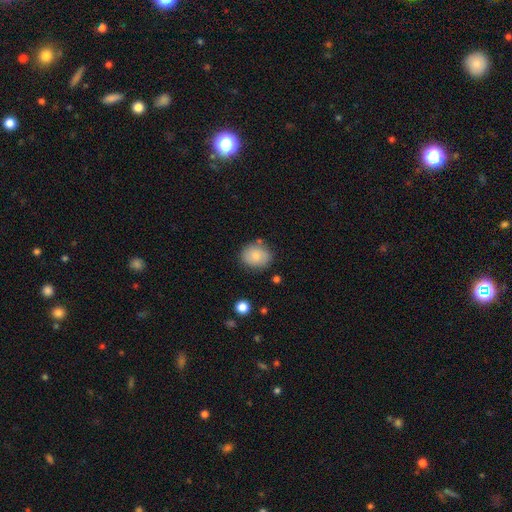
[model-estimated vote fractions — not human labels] Q: Smooth or featured?
A: smooth (77%); runner-up: featured or disk (15%)
Q: How rounded?
A: round (63%); runner-up: in between (37%)
Q: Merging?
A: none (78%); runner-up: minor disturbance (15%)